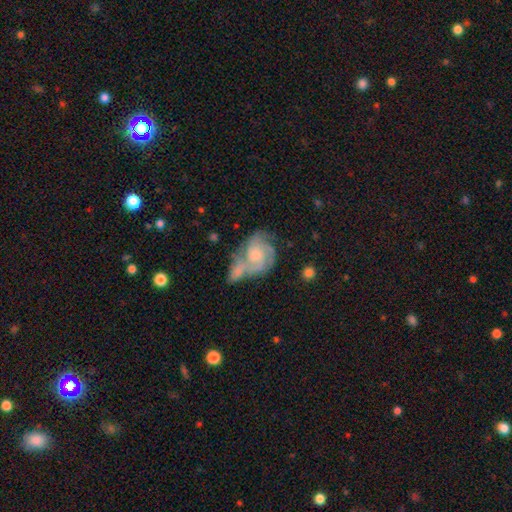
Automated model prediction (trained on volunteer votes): smooth_or_featured: featured or disk (p=0.73) [alt: smooth p=0.21]
disk_edge_on: no (p=0.97) [alt: yes p=0.03]
bar: no (p=0.73) [alt: weak p=0.23]
has_spiral_arms: yes (p=0.91) [alt: no p=0.09]
spiral_winding: tight (p=0.48) [alt: medium p=0.40]
spiral_arm_count: 3 (p=0.31) [alt: can't tell p=0.27]
bulge_size: small (p=0.47) [alt: moderate p=0.41]
merging: merger (p=0.44) [alt: none p=0.29]